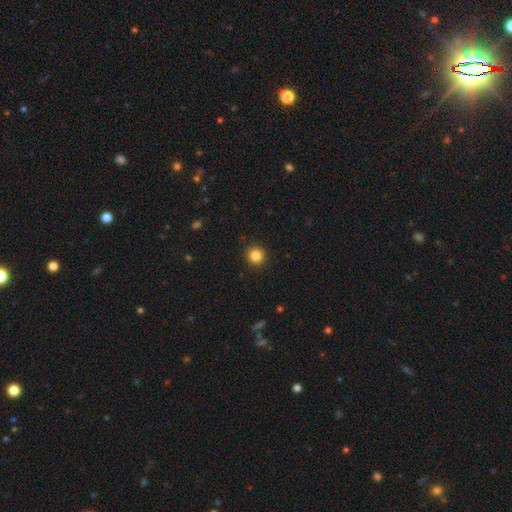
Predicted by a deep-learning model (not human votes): Morphology: type=smooth (85%); roundness=round (93%); merging=none (92%).